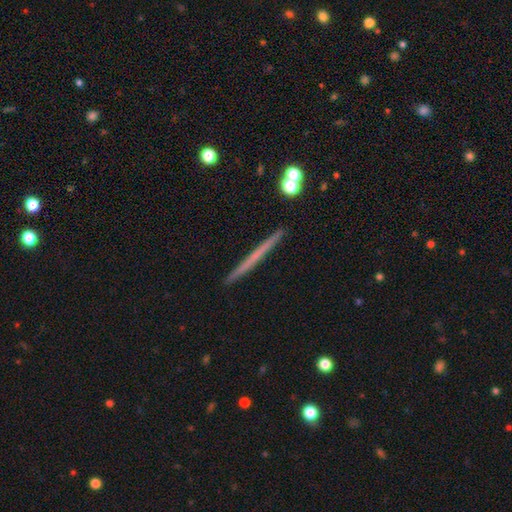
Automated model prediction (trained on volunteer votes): This is possibly a featured or disk galaxy (51%). It is clearly viewed edge-on (98%). Merging: clearly none (92%).